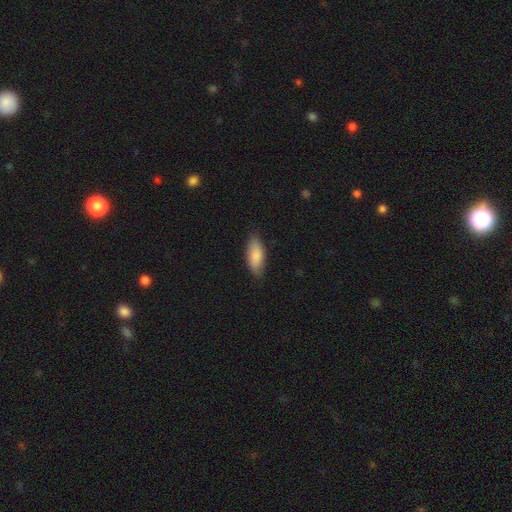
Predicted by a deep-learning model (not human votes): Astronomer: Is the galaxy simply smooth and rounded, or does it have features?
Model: smooth — 86%.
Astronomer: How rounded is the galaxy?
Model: in between — 82%.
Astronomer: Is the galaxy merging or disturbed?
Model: none — 83%.